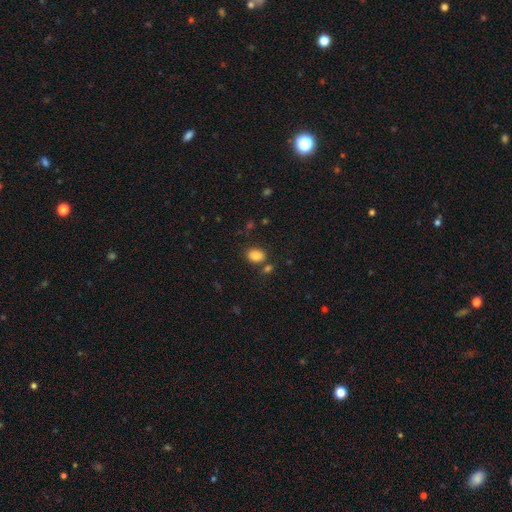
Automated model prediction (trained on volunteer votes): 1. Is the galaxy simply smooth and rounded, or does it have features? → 85% smooth, 10% star or artifact, 5% featured or disk.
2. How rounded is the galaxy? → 70% in between, 29% round, 1% cigar-shaped.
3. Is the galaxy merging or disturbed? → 72% none, 12% merger, 11% minor disturbance, 4% major disturbance.